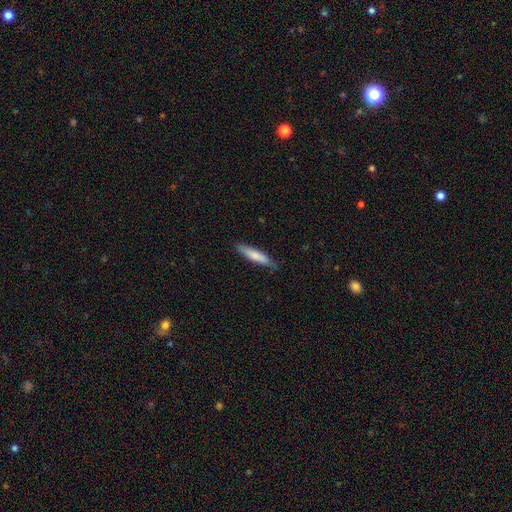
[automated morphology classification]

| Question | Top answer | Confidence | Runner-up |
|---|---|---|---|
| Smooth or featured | smooth | 76% | featured or disk (19%) |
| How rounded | cigar-shaped | 85% | in between (13%) |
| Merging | none | 79% | minor disturbance (17%) |